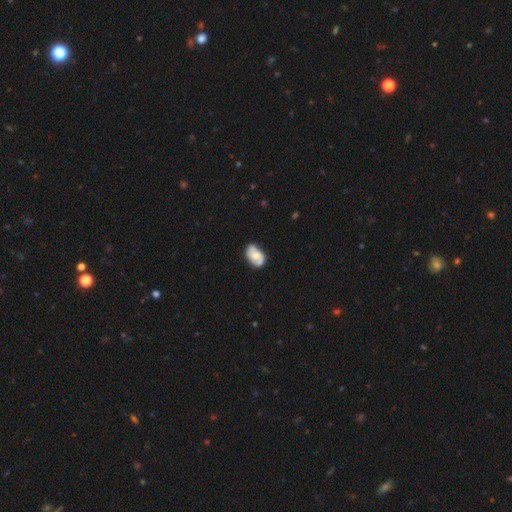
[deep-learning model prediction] smooth_or_featured: smooth (p=0.51) [alt: featured or disk p=0.42]
how_rounded: in between (p=0.88) [alt: round p=0.11]
merging: none (p=0.65) [alt: minor disturbance p=0.26]